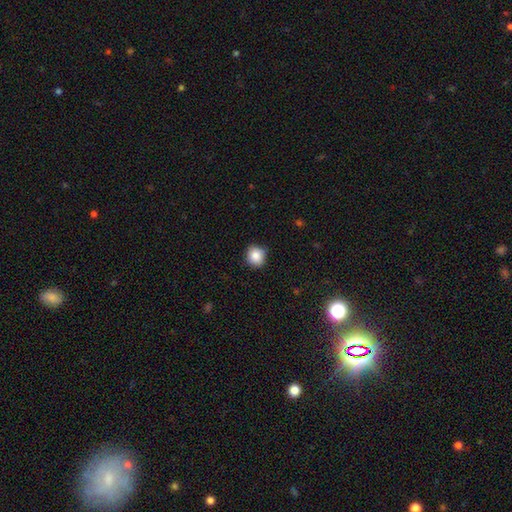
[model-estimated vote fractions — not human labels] Smooth or featured?
  - smooth: 86% *
  - star or artifact: 9%
  - featured or disk: 4%
How rounded?
  - round: 83% *
  - in between: 16%
  - cigar-shaped: 1%
Merging?
  - none: 84% *
  - minor disturbance: 13%
  - major disturbance: 2%
  - merger: 1%